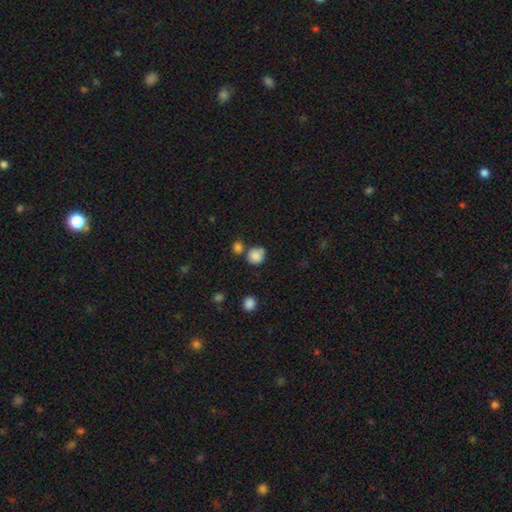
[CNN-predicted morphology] Smooth or featured? Predicted: smooth (p=0.83). How rounded? Predicted: round (p=0.83). Merging? Predicted: none (p=0.57).